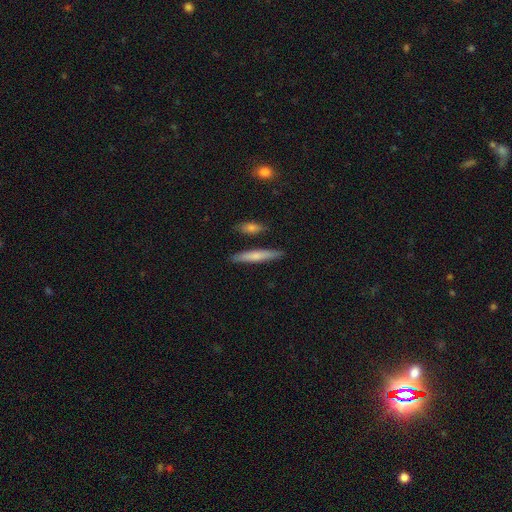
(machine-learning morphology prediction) This is likely a smooth galaxy (65%). How rounded: clearly cigar-shaped (92%). Merging: clearly none (87%).